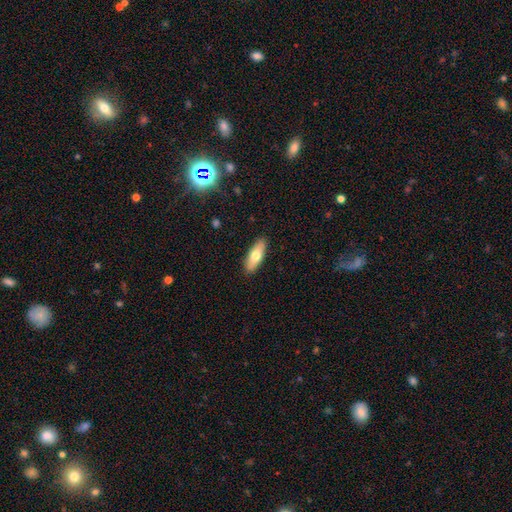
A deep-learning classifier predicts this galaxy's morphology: A smooth galaxy with no disk features (68%) that is in between round and cigar-shaped (64%).

Vote fractions:
- Smooth or featured? smooth: 68% / featured or disk: 26% / star or artifact: 6%
- How rounded? in between: 64% / cigar-shaped: 33% / round: 3%
- Merging? none: 90% / minor disturbance: 8% / major disturbance: 2% / merger: 1%